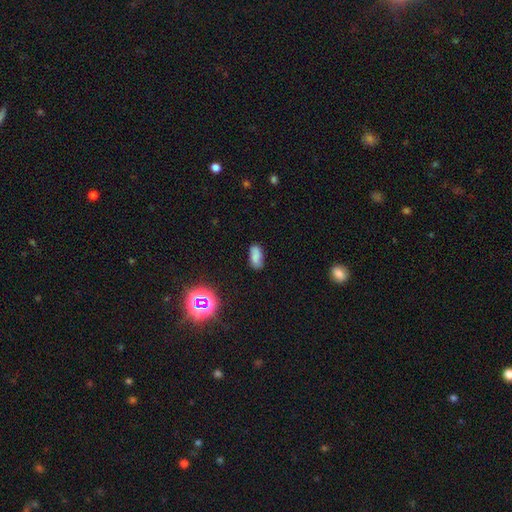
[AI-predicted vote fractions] Morphology: type=smooth (78%); roundness=in between (88%); merging=none (80%).